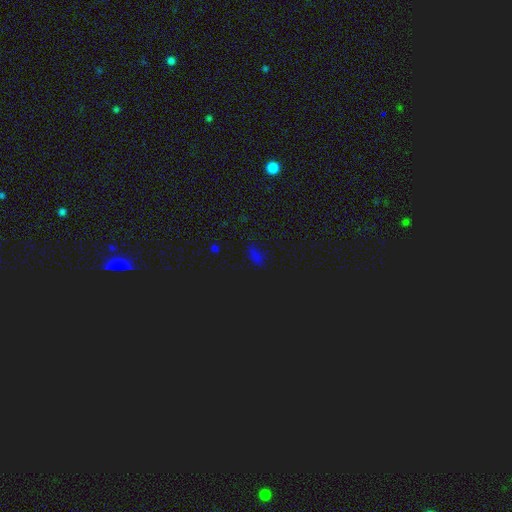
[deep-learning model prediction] Morphology: type=star or artifact (53%).